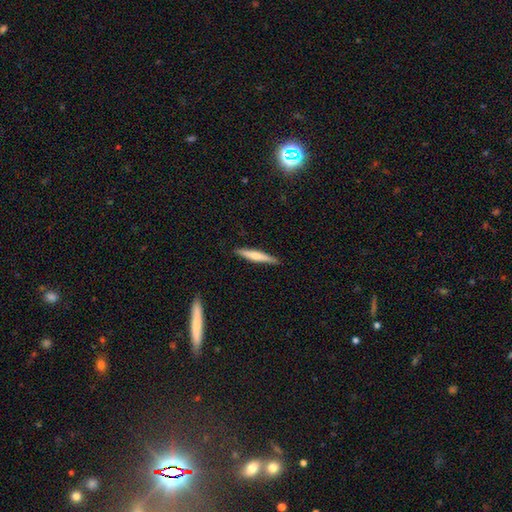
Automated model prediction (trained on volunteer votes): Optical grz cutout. It shows a smooth galaxy with no disk features (56%) that is cigar-shaped (92%). Merging: none (89%).